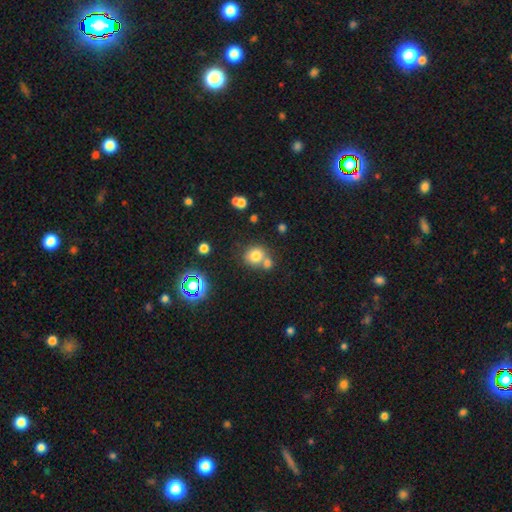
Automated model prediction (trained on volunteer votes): A smooth galaxy with no disk features (77%) that is round (80%). Merging: none (52%).